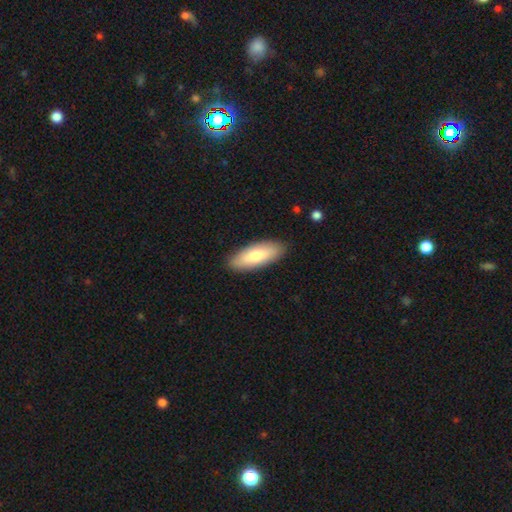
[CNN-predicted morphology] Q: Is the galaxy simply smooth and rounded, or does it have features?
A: smooth — 74%.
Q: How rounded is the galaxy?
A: in between — 74%.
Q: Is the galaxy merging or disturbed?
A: none — 87%.